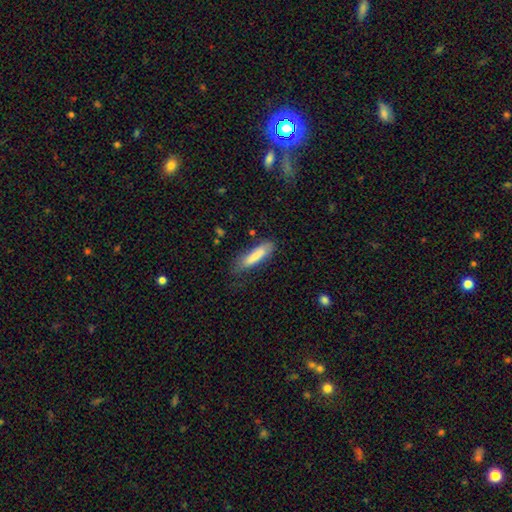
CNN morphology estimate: Smooth or featured: smooth — 79% (featured or disk — 15%)
How rounded: cigar-shaped — 71% (in between — 28%)
Merging: none — 67% (minor disturbance — 23%)